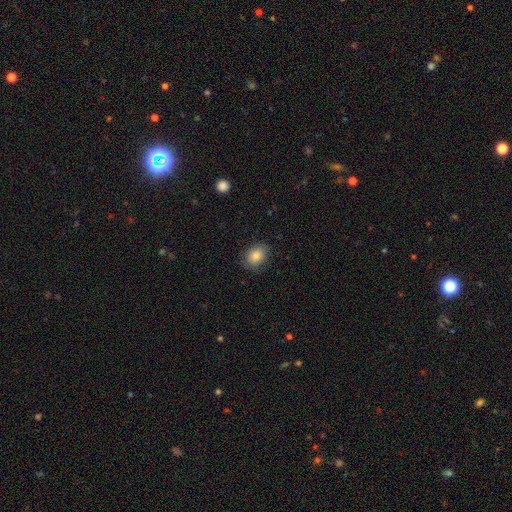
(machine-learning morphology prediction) Smooth or featured?
  - smooth: 84% *
  - star or artifact: 9%
  - featured or disk: 7%
How rounded?
  - in between: 59% *
  - round: 40%
  - cigar-shaped: 1%
Merging?
  - none: 84% *
  - minor disturbance: 12%
  - major disturbance: 3%
  - merger: 1%